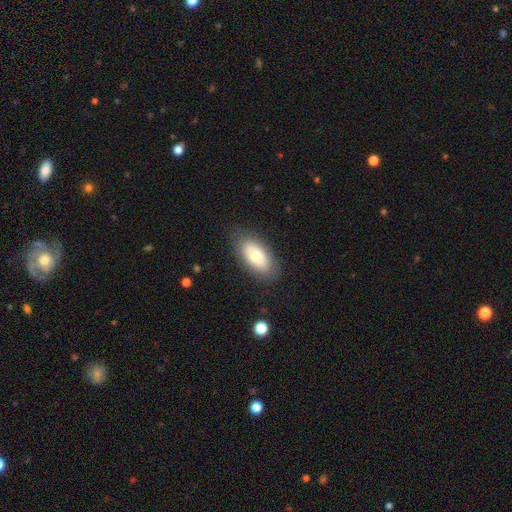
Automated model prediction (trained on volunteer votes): A smooth galaxy with no disk features (65%) that is in between round and cigar-shaped (92%). Merging: none (84%).